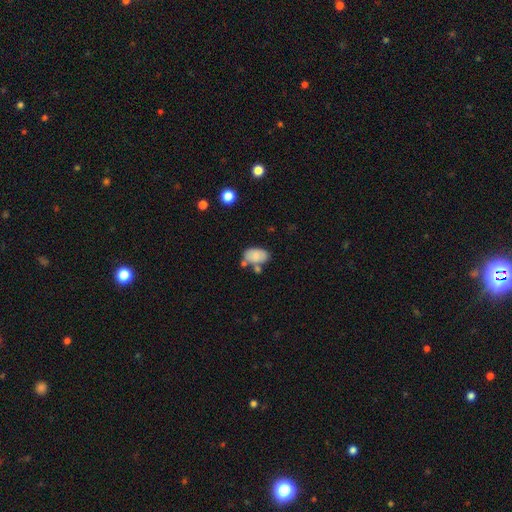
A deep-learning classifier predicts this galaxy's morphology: This appears to be a smooth galaxy with no disk features (83%) that is in between round and cigar-shaped (92%). Merging: none (56%).